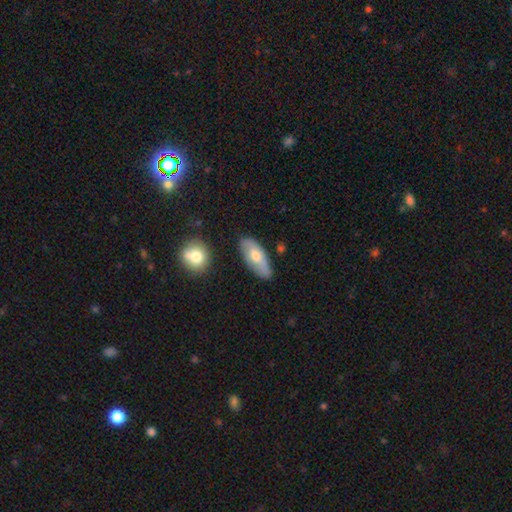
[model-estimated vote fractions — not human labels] smooth_or_featured: smooth (p=0.58) [alt: featured or disk p=0.36]
how_rounded: in between (p=0.86) [alt: cigar-shaped p=0.11]
merging: none (p=0.76) [alt: minor disturbance p=0.17]